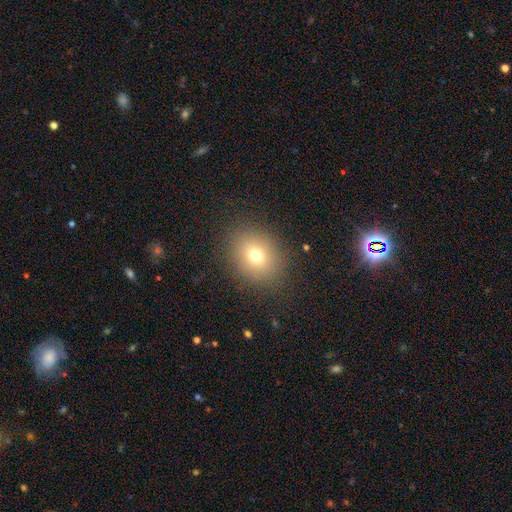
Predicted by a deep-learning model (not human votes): Q: Smooth or featured?
A: smooth (73%); runner-up: star or artifact (15%)
Q: How rounded?
A: round (58%); runner-up: in between (41%)
Q: Merging?
A: none (87%); runner-up: minor disturbance (8%)